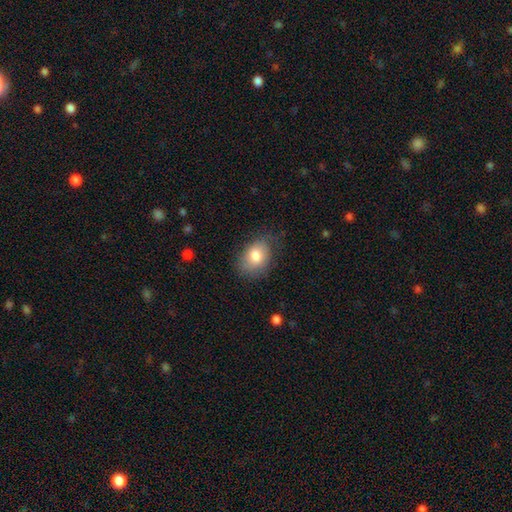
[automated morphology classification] Smooth or featured?
  - smooth: 81% *
  - featured or disk: 12%
  - star or artifact: 8%
How rounded?
  - in between: 73% *
  - round: 26%
  - cigar-shaped: 1%
Merging?
  - none: 70% *
  - minor disturbance: 22%
  - major disturbance: 7%
  - merger: 1%